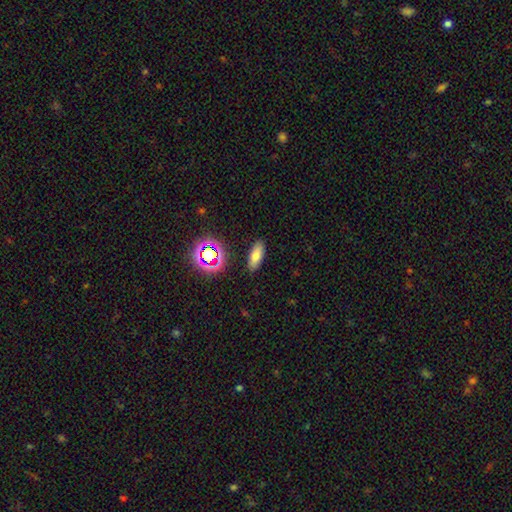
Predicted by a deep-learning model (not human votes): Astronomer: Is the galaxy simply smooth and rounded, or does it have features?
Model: smooth — 71%.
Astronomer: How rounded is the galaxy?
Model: in between — 73%.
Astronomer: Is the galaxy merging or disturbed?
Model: none — 87%.